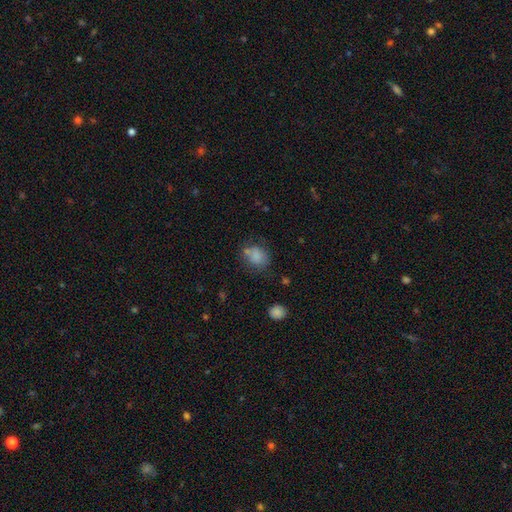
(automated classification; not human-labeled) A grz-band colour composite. It shows a smooth galaxy with no disk features (78%) that is round (57%). Merging: none (54%).